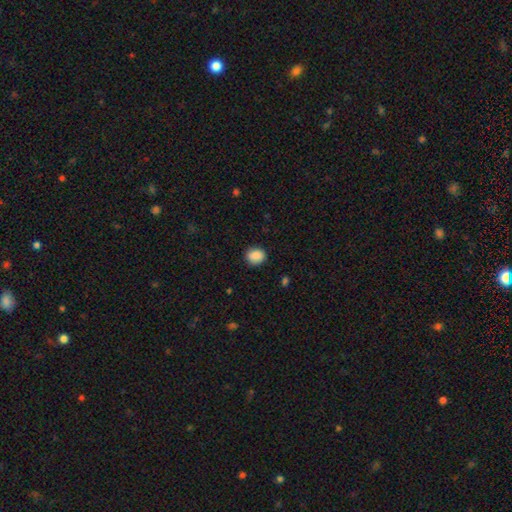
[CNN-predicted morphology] Smooth or featured?
  - smooth: 89% *
  - star or artifact: 8%
  - featured or disk: 3%
How rounded?
  - round: 61% *
  - in between: 38%
  - cigar-shaped: 1%
Merging?
  - none: 88% *
  - minor disturbance: 9%
  - major disturbance: 2%
  - merger: 1%